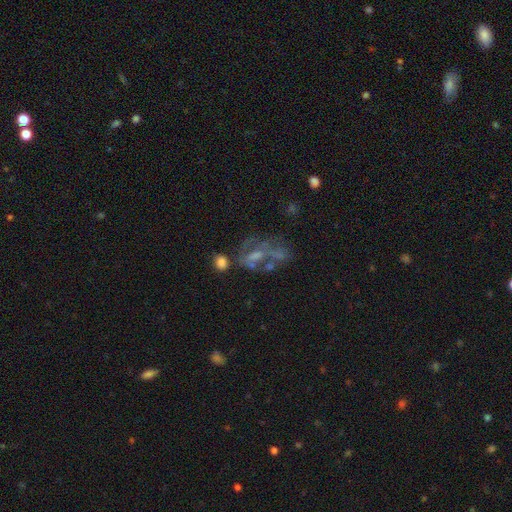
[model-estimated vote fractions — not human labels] A featured or disk galaxy (58%) with no bar (71%), no spiral arms (71%) and no central bulge (39%). Merging: none (32%).